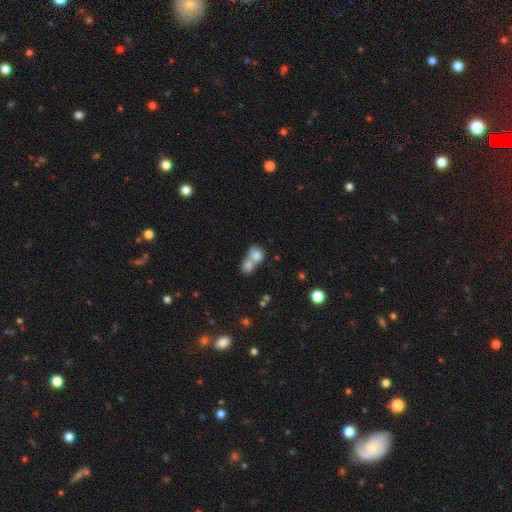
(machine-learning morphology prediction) Smooth or featured: smooth — 78% (featured or disk — 12%)
How rounded: round — 69% (in between — 30%)
Merging: merger — 66% (none — 24%)